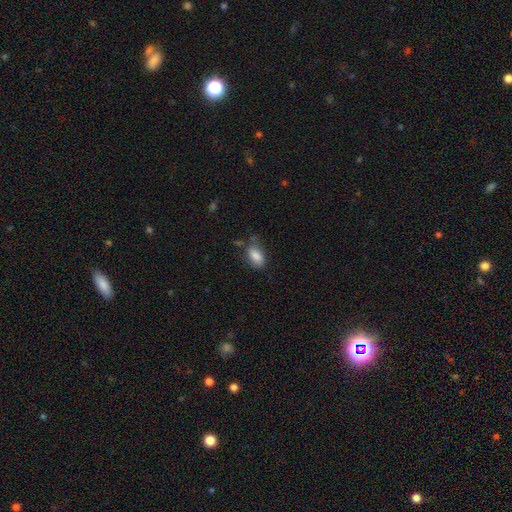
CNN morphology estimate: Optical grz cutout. It shows a smooth galaxy with no disk features (85%) that is in between round and cigar-shaped (91%). Merging: none (60%).